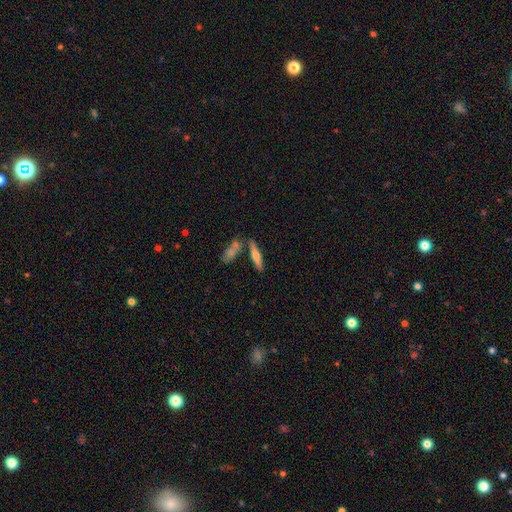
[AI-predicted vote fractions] A featured or disk galaxy (47%).

Vote fractions:
- Smooth or featured? featured or disk: 47% / smooth: 46% / star or artifact: 7%
- Merging? none: 71% / merger: 15% / minor disturbance: 11% / major disturbance: 3%